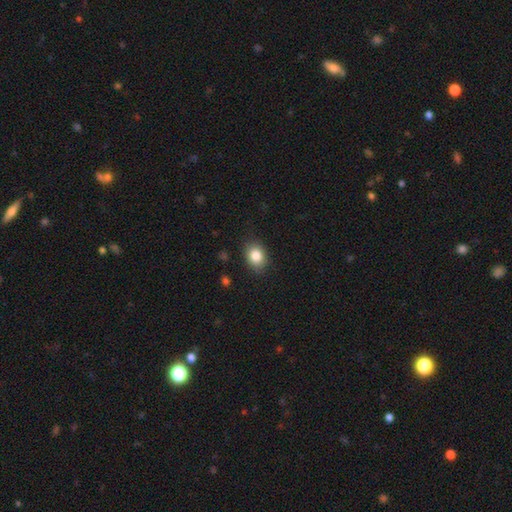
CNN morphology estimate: A smooth galaxy with no disk features (84%) that is in between round and cigar-shaped (58%).

Vote fractions:
- Smooth or featured? smooth: 84% / star or artifact: 9% / featured or disk: 7%
- How rounded? in between: 58% / round: 41% / cigar-shaped: 1%
- Merging? none: 85% / minor disturbance: 12% / major disturbance: 3% / merger: 1%